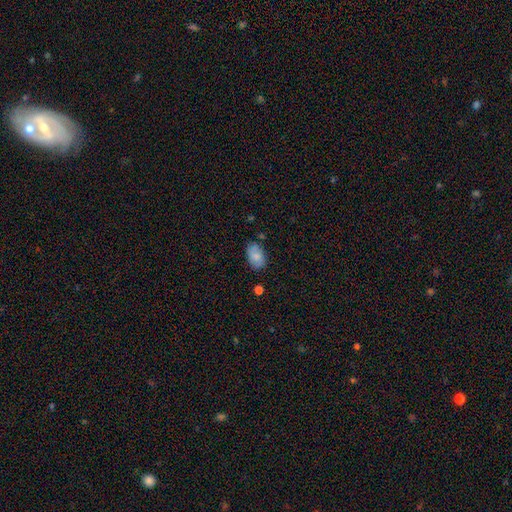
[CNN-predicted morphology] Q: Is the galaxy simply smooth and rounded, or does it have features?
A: smooth — 80%.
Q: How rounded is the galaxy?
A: in between — 90%.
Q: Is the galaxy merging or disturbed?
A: none — 74%.